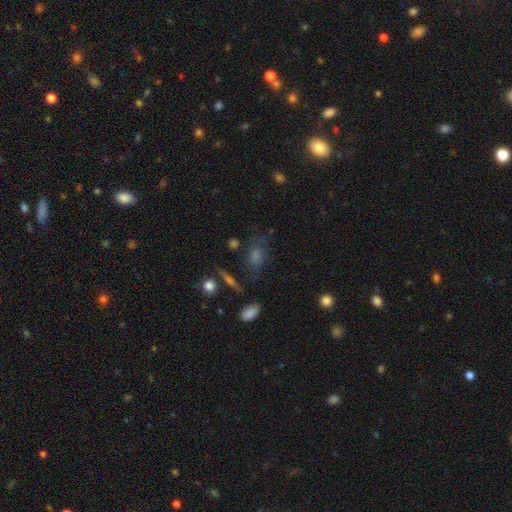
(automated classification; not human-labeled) Smooth or featured? Predicted: smooth (p=0.46). Merging? Predicted: none (p=0.65).